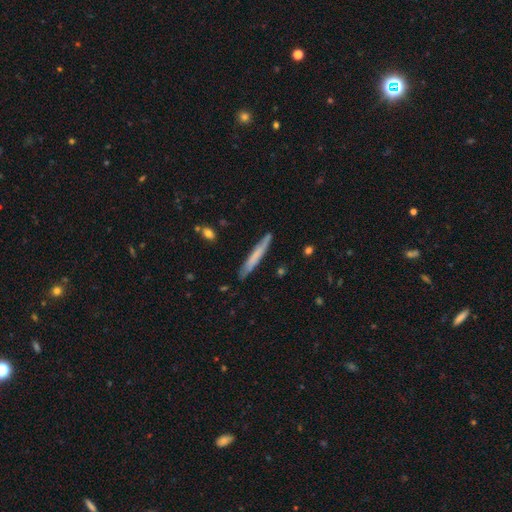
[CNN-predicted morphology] type=smooth (61%); roundness=cigar-shaped (96%); merging=none (86%).